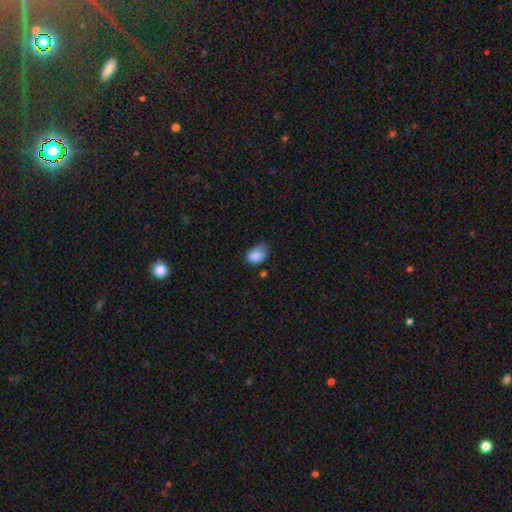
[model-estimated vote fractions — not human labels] A smooth galaxy with no disk features (82%) that is in between round and cigar-shaped (79%).

Vote fractions:
- Smooth or featured? smooth: 82% / featured or disk: 9% / star or artifact: 8%
- How rounded? in between: 79% / round: 20% / cigar-shaped: 1%
- Merging? minor disturbance: 41% / none: 40% / major disturbance: 16% / merger: 3%